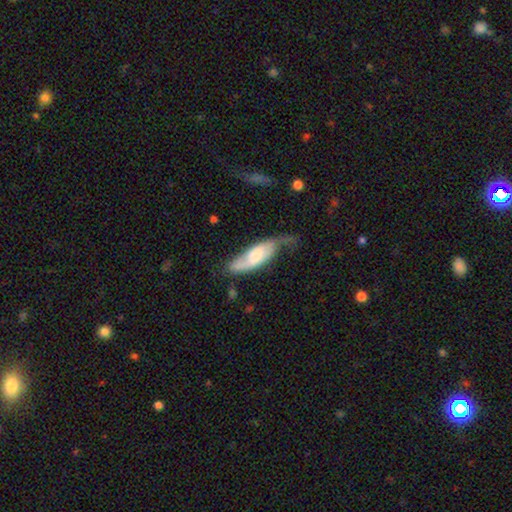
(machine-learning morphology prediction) This is possibly a featured or disk galaxy (54%). It is clearly not viewed edge-on (81%). Merging: marginally none (36%).